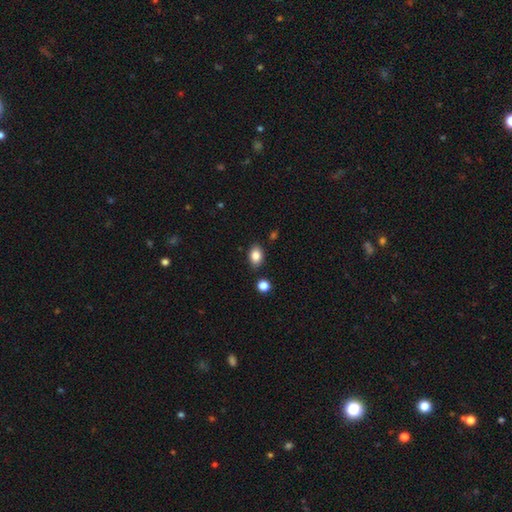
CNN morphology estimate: Overall: smooth (86%). How rounded: in between (79%). Merging: none (84%).